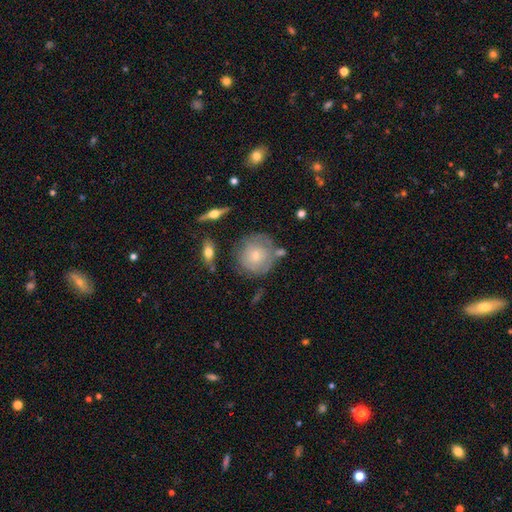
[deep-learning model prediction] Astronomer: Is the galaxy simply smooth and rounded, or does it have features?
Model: smooth — 52% (runner-up: featured or disk, 41%).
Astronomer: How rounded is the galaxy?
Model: round — 90%.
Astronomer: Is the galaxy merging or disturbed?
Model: none — 63%.